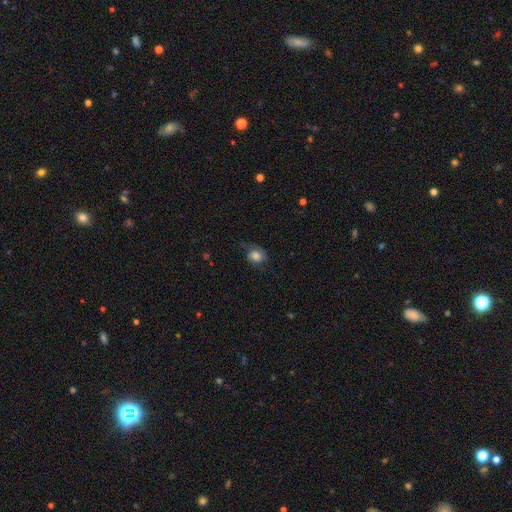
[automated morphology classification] Smooth or featured?
  - smooth: 63% *
  - featured or disk: 27%
  - star or artifact: 10%
How rounded?
  - round: 54% *
  - in between: 44%
  - cigar-shaped: 1%
Merging?
  - none: 56% *
  - minor disturbance: 27%
  - major disturbance: 16%
  - merger: 1%